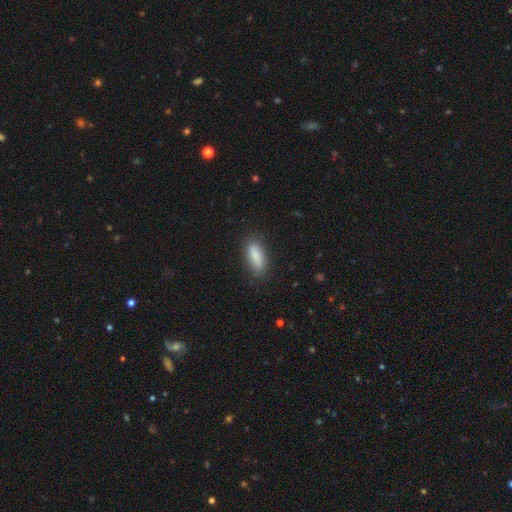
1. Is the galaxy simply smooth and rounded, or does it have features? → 92% smooth, 8% star or artifact, 0% featured or disk.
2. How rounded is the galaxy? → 57% in between, 41% cigar-shaped, 3% round.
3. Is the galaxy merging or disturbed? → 89% none, 5% minor disturbance, 5% major disturbance, 0% merger.